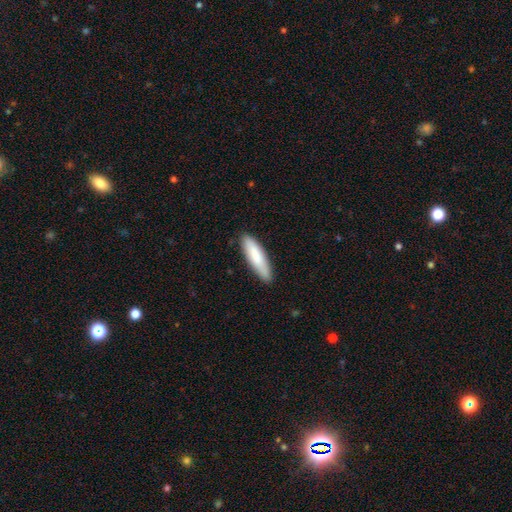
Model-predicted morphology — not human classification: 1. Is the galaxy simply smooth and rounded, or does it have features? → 82% smooth, 13% featured or disk, 5% star or artifact.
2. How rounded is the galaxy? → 69% cigar-shaped, 30% in between, 1% round.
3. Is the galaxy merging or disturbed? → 87% none, 11% minor disturbance, 2% major disturbance, 1% merger.